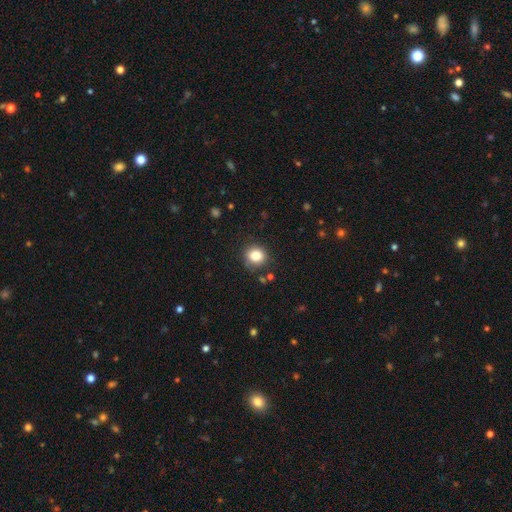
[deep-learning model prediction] Overall: smooth (82%). How rounded: round (85%). Merging: none (86%).